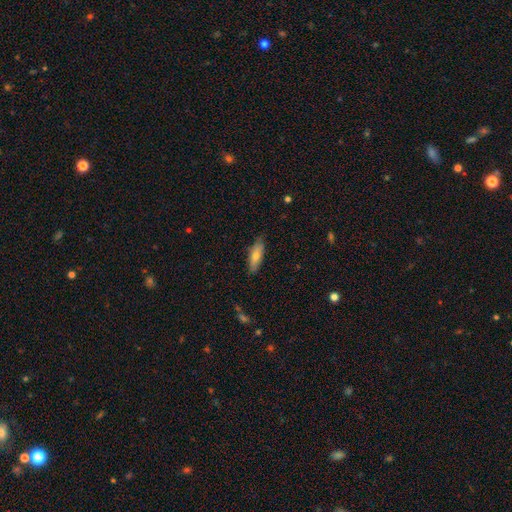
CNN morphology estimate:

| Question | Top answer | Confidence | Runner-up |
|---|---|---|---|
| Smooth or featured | smooth | 69% | featured or disk (24%) |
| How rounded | in between | 52% | cigar-shaped (46%) |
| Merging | none | 82% | minor disturbance (14%) |